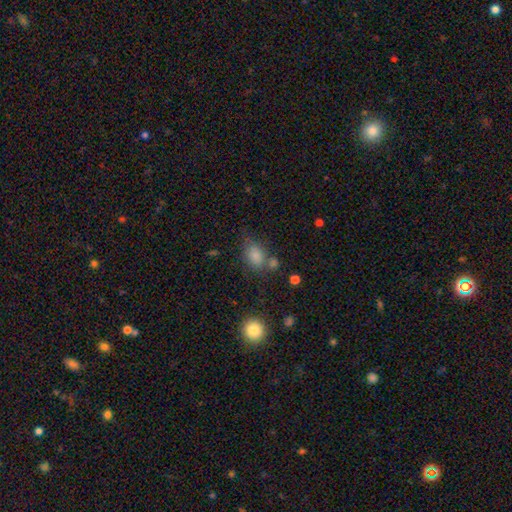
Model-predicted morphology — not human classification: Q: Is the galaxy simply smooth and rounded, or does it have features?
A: smooth — 81%.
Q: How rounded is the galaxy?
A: in between — 76%.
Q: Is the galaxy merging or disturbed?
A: none — 51%.